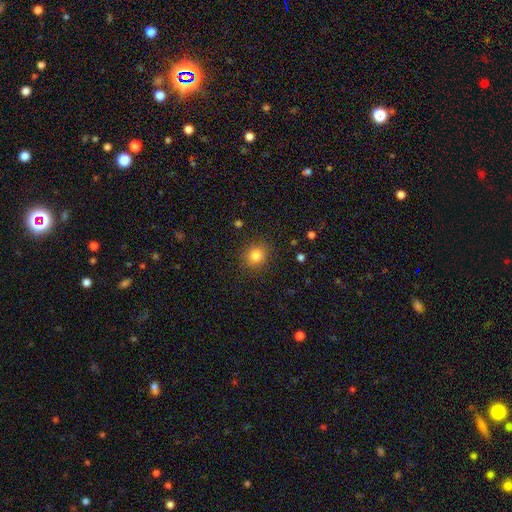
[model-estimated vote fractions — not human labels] Smooth or featured?
  - smooth: 82% *
  - star or artifact: 12%
  - featured or disk: 6%
How rounded?
  - round: 82% *
  - in between: 17%
  - cigar-shaped: 1%
Merging?
  - none: 88% *
  - minor disturbance: 8%
  - major disturbance: 3%
  - merger: 1%